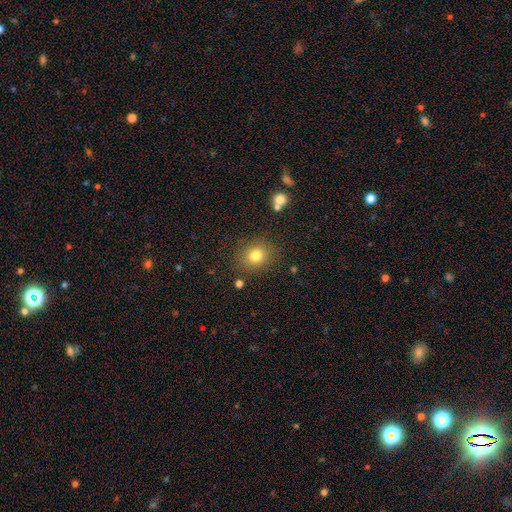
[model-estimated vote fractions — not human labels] Morphology: type=smooth (79%); roundness=round (74%); merging=none (84%).